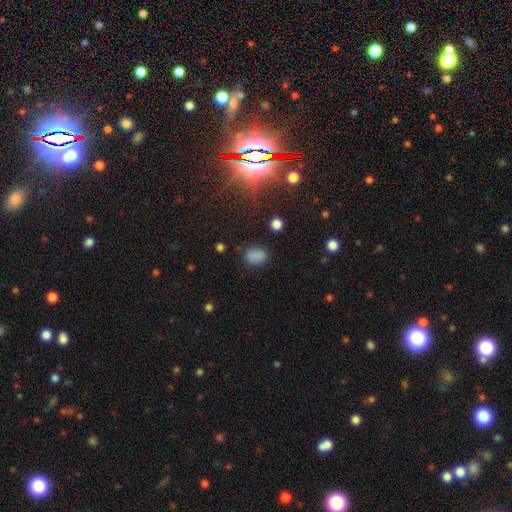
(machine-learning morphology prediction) Smooth or featured: smooth — 81% (star or artifact — 13%)
How rounded: in between — 73% (round — 26%)
Merging: none — 79% (minor disturbance — 14%)